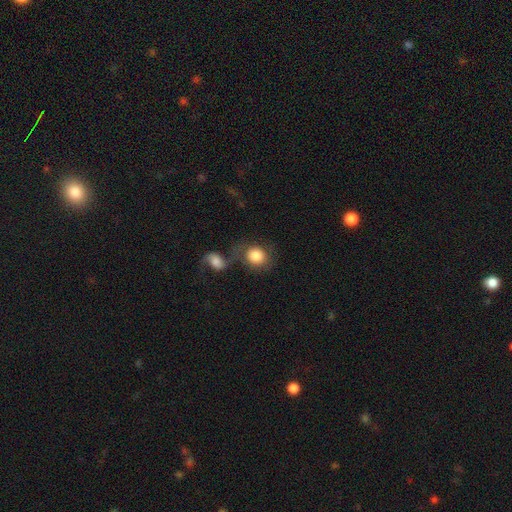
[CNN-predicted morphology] smooth_or_featured: smooth (p=0.82) [alt: featured or disk p=0.11]
how_rounded: round (p=0.74) [alt: in between p=0.24]
merging: none (p=0.40) [alt: merger p=0.37]